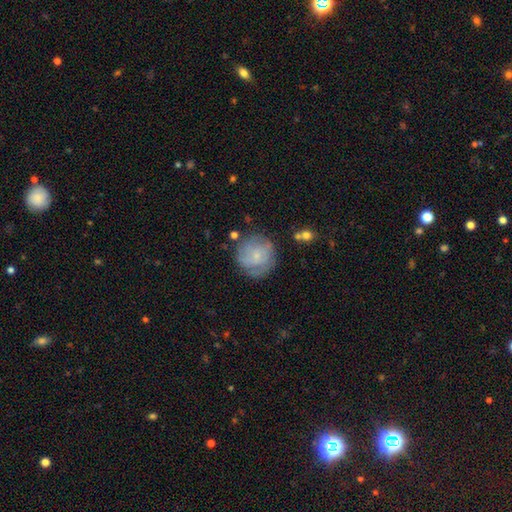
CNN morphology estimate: Q: Smooth or featured?
A: featured or disk (49%); runner-up: smooth (42%)
Q: Merging?
A: none (69%); runner-up: minor disturbance (19%)